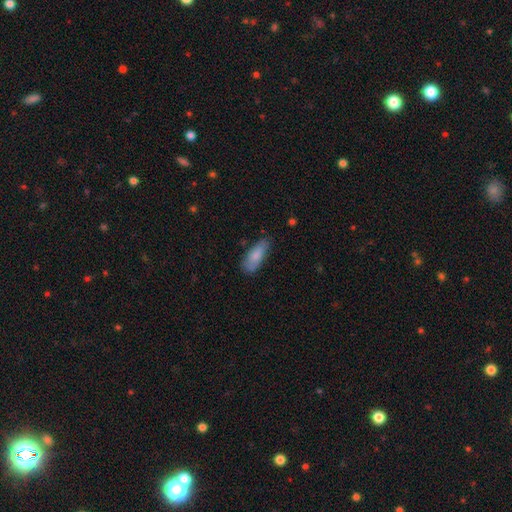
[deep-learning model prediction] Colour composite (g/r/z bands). It shows a smooth galaxy with no disk features (80%) that is in between round and cigar-shaped (75%). Merging: none (74%).